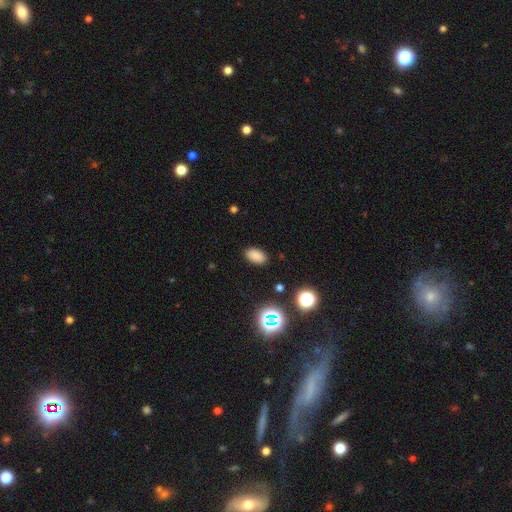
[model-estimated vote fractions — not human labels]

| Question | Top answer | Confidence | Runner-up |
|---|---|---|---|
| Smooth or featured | smooth | 82% | star or artifact (14%) |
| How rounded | in between | 91% | round (7%) |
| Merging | none | 88% | minor disturbance (8%) |